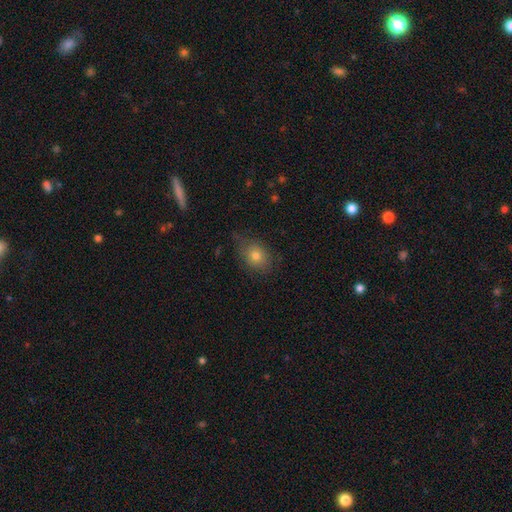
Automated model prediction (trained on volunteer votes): A smooth galaxy with no disk features (75%) that is in between round and cigar-shaped (51%). Merging: none (69%).